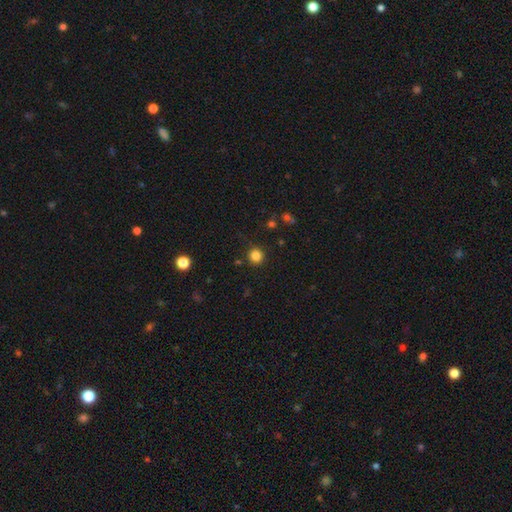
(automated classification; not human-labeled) This appears to be a smooth galaxy with no disk features (83%) that is round (93%). Merging: none (87%).